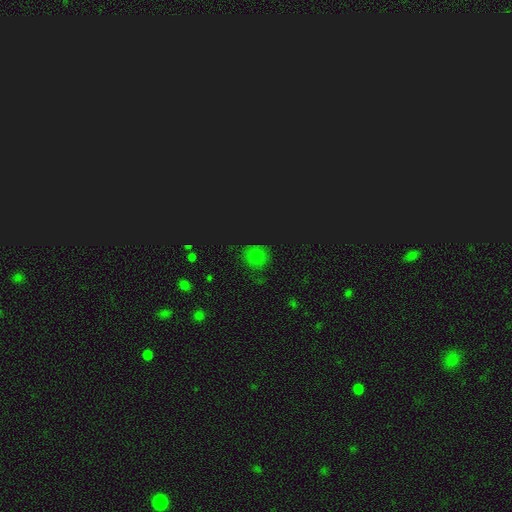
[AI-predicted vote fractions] Smooth or featured?
  - smooth: 59% *
  - star or artifact: 32%
  - featured or disk: 10%
How rounded?
  - round: 83% *
  - in between: 16%
  - cigar-shaped: 1%
Merging?
  - none: 75% *
  - minor disturbance: 17%
  - major disturbance: 6%
  - merger: 2%